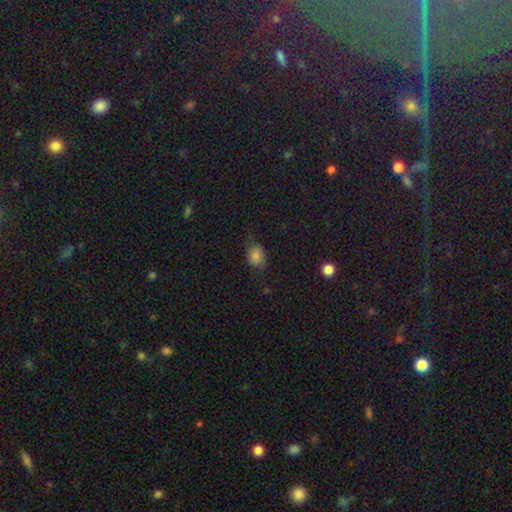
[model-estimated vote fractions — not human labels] Smooth or featured? Predicted: smooth (p=0.79). How rounded? Predicted: in between (p=0.59). Merging? Predicted: none (p=0.62).